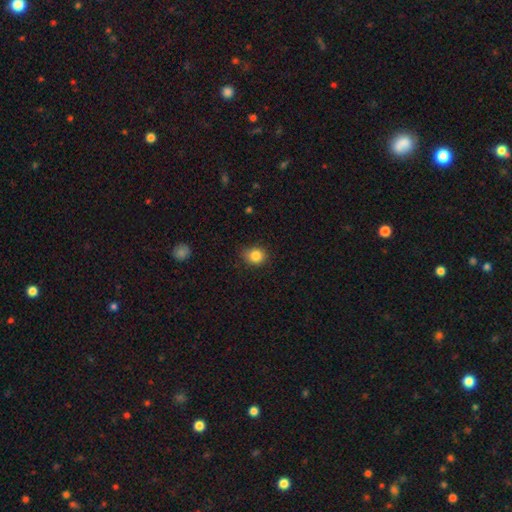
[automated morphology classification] smooth_or_featured: smooth (p=0.85) [alt: star or artifact p=0.10]
how_rounded: round (p=0.72) [alt: in between p=0.27]
merging: none (p=0.81) [alt: minor disturbance p=0.15]